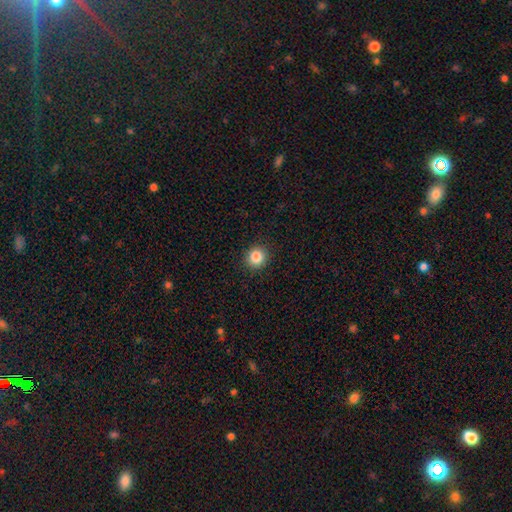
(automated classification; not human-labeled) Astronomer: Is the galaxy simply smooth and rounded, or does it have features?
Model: smooth — 84%.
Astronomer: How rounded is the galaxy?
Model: round — 90%.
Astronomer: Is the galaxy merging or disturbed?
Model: none — 92%.